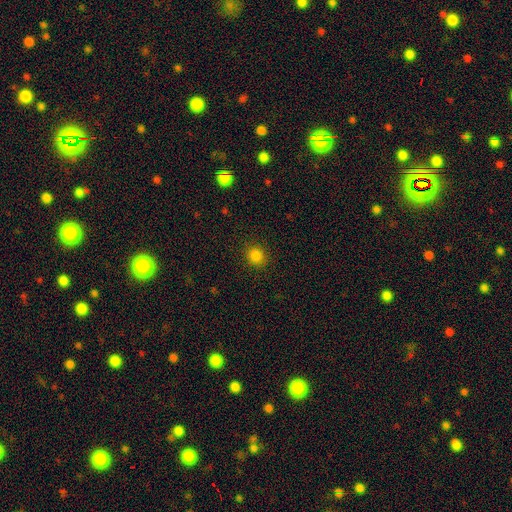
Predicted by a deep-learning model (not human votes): Smooth or featured? Predicted: smooth (p=0.83). How rounded? Predicted: round (p=0.87). Merging? Predicted: none (p=0.90).